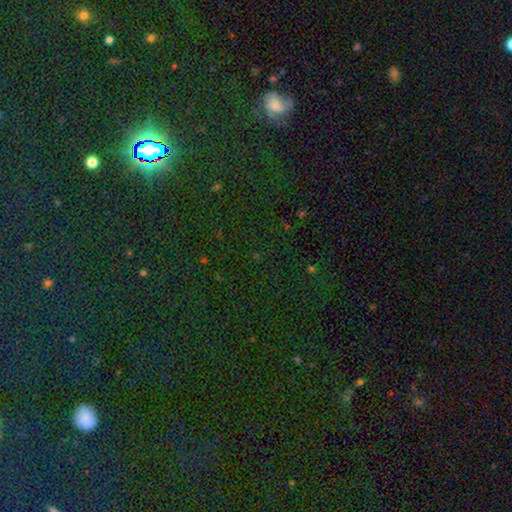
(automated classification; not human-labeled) This is likely a star or artifact rather than a galaxy (78%).